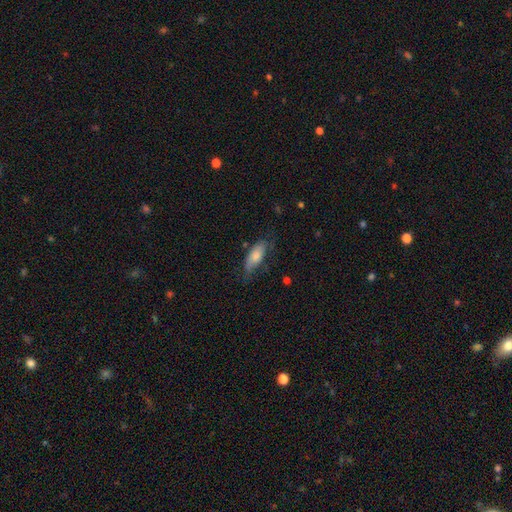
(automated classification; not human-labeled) Smooth or featured?
  - smooth: 71% *
  - featured or disk: 22%
  - star or artifact: 7%
How rounded?
  - in between: 78% *
  - cigar-shaped: 20%
  - round: 2%
Merging?
  - none: 51% *
  - minor disturbance: 32%
  - major disturbance: 15%
  - merger: 2%